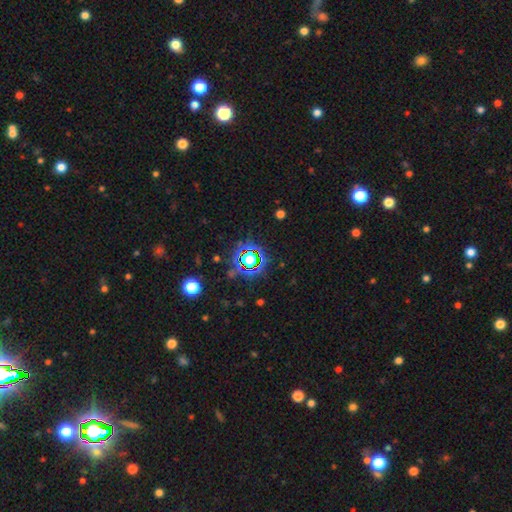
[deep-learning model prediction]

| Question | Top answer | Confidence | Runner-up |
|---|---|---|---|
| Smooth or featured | star or artifact | 75% | smooth (15%) |